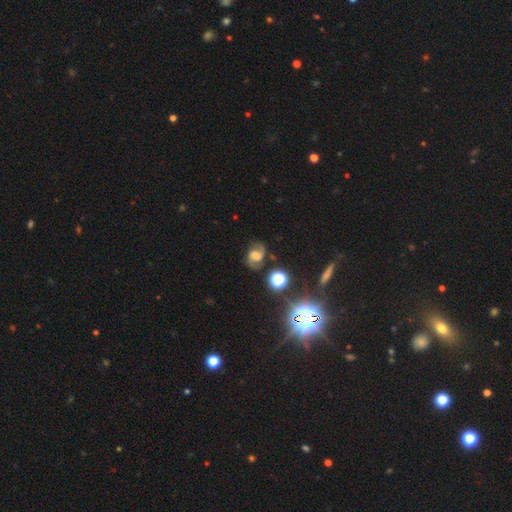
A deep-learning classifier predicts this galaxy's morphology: The model was most divided on "bulge size": moderate: 40%, large: 26%, small: 17%, none: 14%, dominant: 3%. Remaining: edge-on disk — no (97%); spiral arms — yes (93%); spiral arm count — 2 (90%); merging — none (77%); smooth or featured — featured or disk (71%); spiral winding — medium (54%); bar — weak (48%).